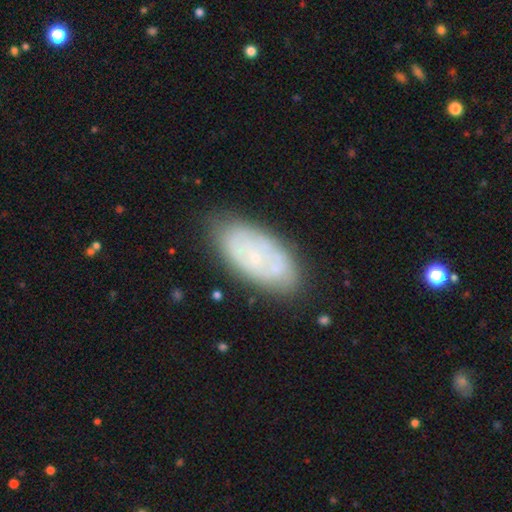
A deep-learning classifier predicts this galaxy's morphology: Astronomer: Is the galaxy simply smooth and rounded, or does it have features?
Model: featured or disk — 53% (runner-up: smooth, 39%).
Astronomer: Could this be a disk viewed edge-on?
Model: no — 93%.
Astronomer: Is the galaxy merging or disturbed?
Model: none — 73%.